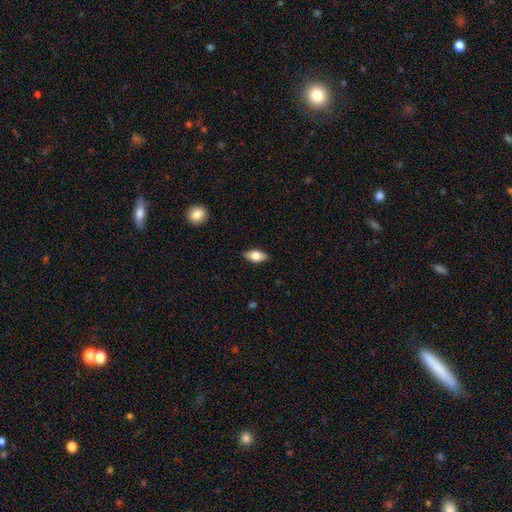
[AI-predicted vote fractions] Smooth or featured? smooth (71%)
How rounded? in between (87%)
Merging? none (87%)